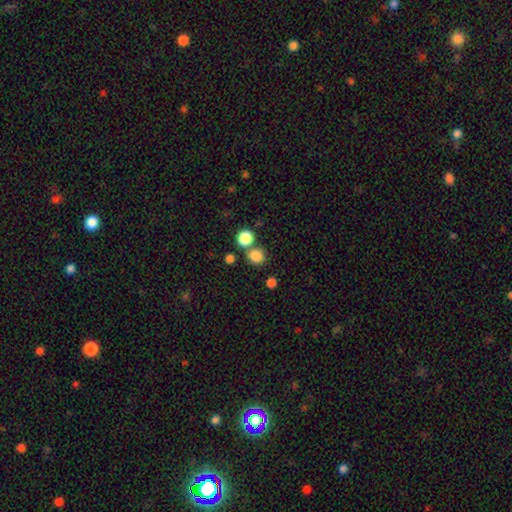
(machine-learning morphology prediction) Smooth or featured? smooth (83%)
How rounded? round (88%)
Merging? none (68%)